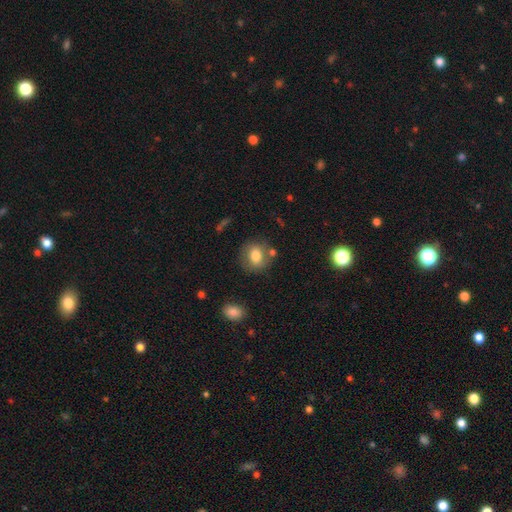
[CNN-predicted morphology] Overall: smooth (76%). How rounded: round (68%; in between 30%). Merging: none (73%).